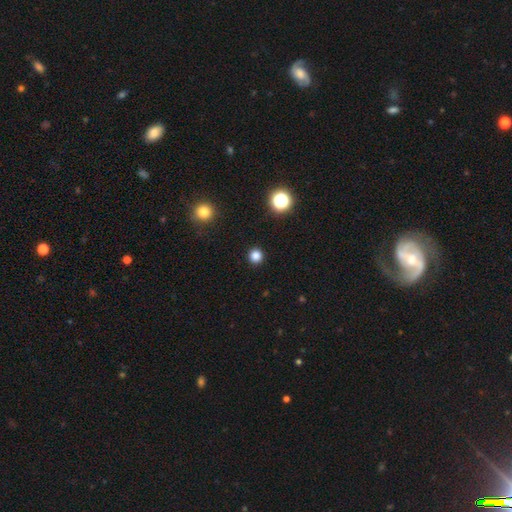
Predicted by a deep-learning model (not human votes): Morphology: type=smooth (82%); roundness=round (94%); merging=none (93%).